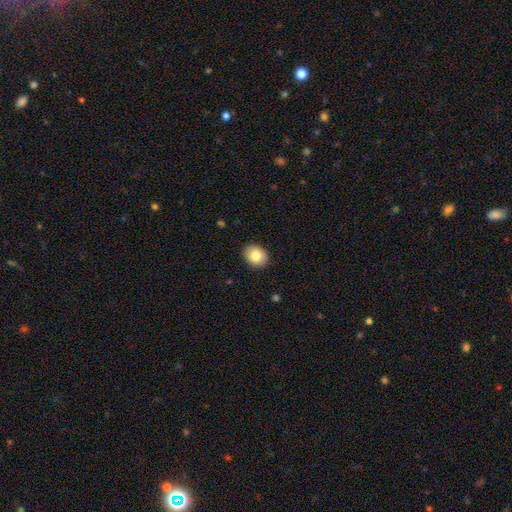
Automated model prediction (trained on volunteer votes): Smooth or featured? Predicted: smooth (p=0.83). How rounded? Predicted: in between (p=0.55). Merging? Predicted: none (p=0.89).